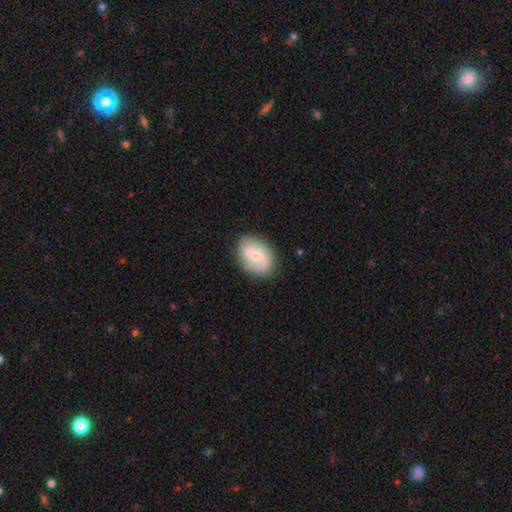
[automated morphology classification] The model was most divided on "bulge size": small: 49%, moderate: 46%, none: 2%, large: 2%, dominant: 1%. Remaining: edge-on disk — no (97%); spiral arms — yes (92%); spiral arm count — 2 (89%); merging — none (85%); smooth or featured — featured or disk (71%); bar — weak (48%); spiral winding — medium (44%).